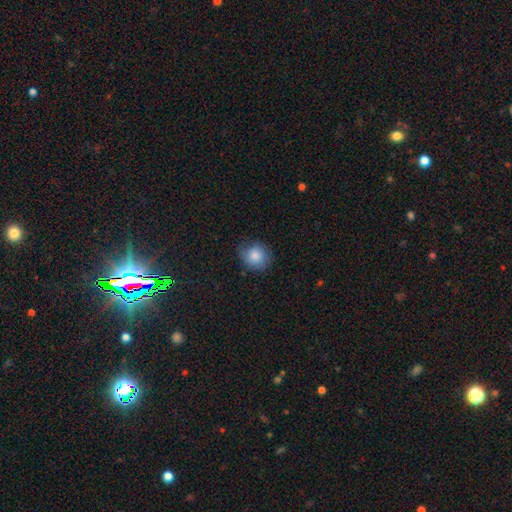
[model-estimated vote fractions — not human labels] smooth-or-featured: smooth: 83% | featured or disk: 9% | star or artifact: 8%
  how-rounded: round: 82% | in between: 18% | cigar-shaped: 1%
  merging: none: 70% | minor disturbance: 23% | major disturbance: 6% | merger: 1%